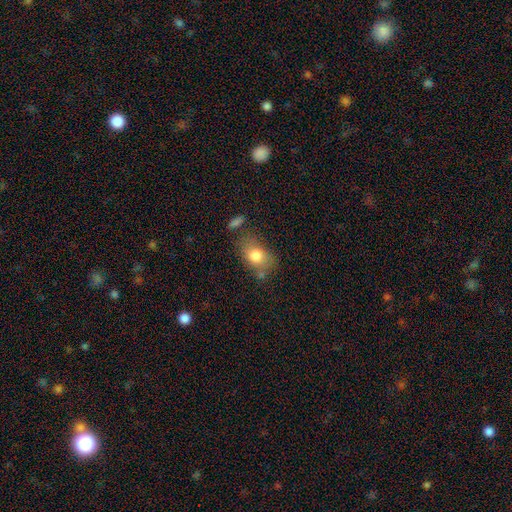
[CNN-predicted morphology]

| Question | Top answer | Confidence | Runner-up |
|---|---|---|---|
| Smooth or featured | smooth | 78% | featured or disk (14%) |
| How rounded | in between | 76% | round (23%) |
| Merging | none | 58% | minor disturbance (23%) |